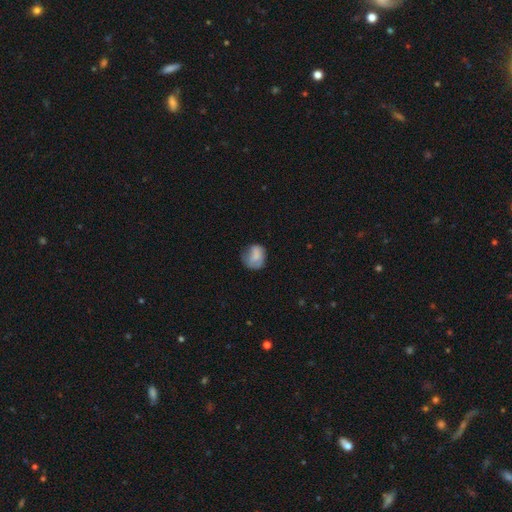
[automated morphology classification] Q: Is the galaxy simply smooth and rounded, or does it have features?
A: smooth — 72%.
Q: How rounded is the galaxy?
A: round — 62%.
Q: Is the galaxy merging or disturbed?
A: none — 49%.